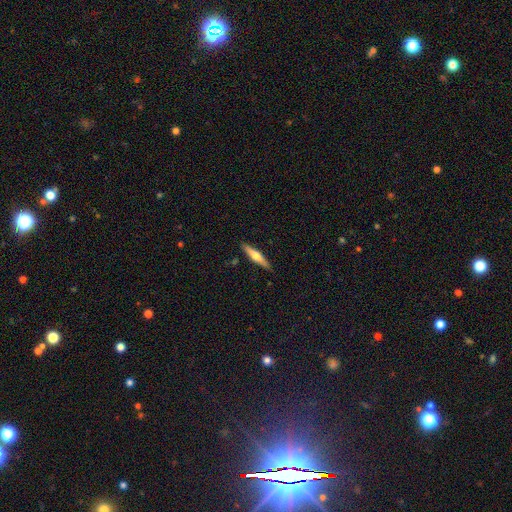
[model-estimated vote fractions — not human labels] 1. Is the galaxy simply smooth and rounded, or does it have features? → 52% featured or disk, 42% smooth, 6% star or artifact.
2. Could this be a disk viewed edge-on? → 95% yes, 5% no.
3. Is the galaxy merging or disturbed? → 89% none, 8% minor disturbance, 2% major disturbance, 1% merger.